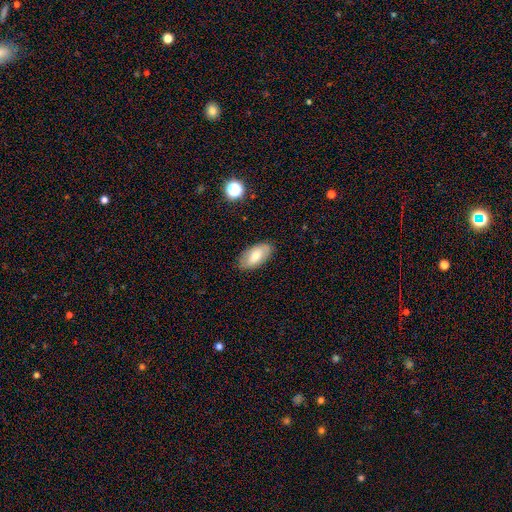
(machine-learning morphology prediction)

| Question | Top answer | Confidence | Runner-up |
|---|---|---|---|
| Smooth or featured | smooth | 68% | featured or disk (25%) |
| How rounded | in between | 94% | cigar-shaped (4%) |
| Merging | none | 84% | minor disturbance (12%) |